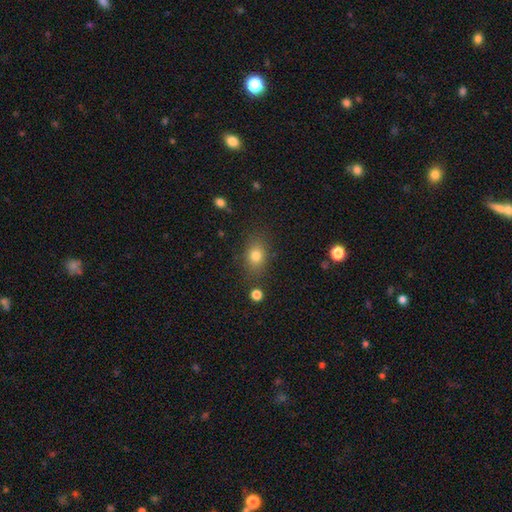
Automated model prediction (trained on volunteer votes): Morphology: type=smooth (77%); roundness=in between (63%); merging=none (80%).